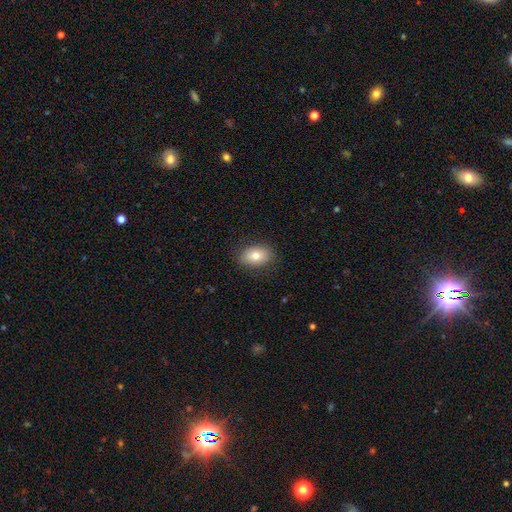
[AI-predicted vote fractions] Q: Smooth or featured?
A: smooth (79%); runner-up: featured or disk (13%)
Q: How rounded?
A: in between (87%); runner-up: round (11%)
Q: Merging?
A: none (87%); runner-up: minor disturbance (10%)